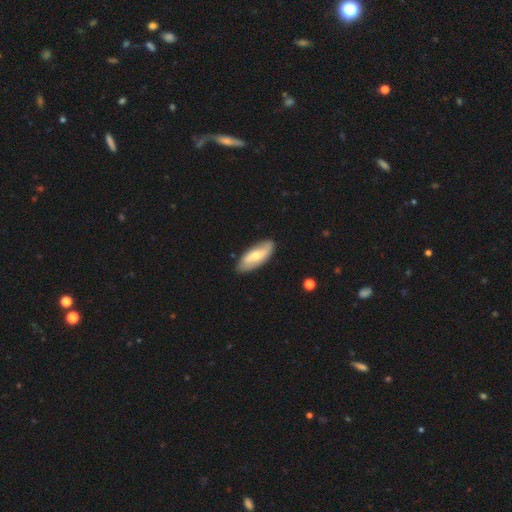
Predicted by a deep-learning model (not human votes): A featured or disk galaxy (48%). Merging: none (84%).